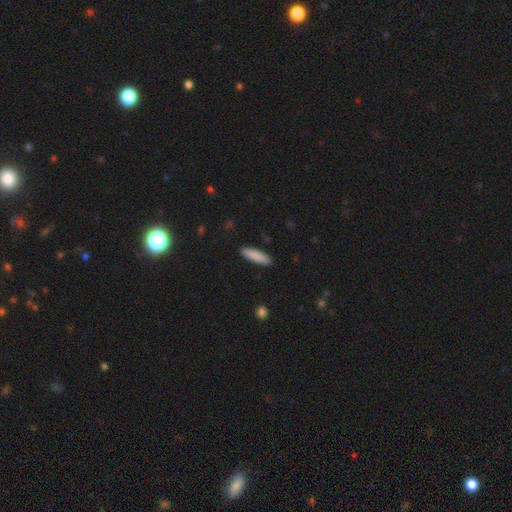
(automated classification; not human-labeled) Smooth or featured? smooth (88%)
How rounded? cigar-shaped (66%)
Merging? none (90%)